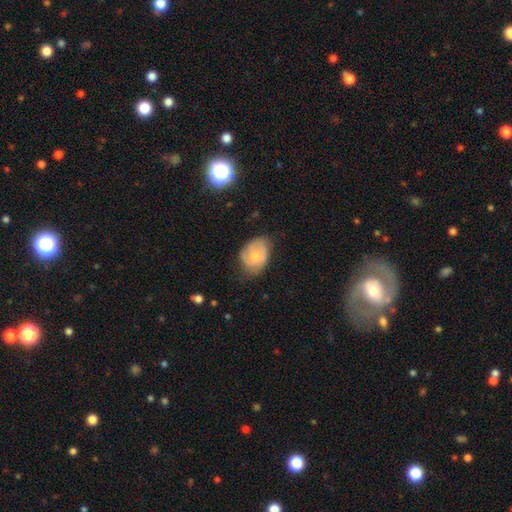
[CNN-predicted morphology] This is possibly a smooth galaxy (51%). How rounded: likely in between (74%). Merging: possibly none (56%).